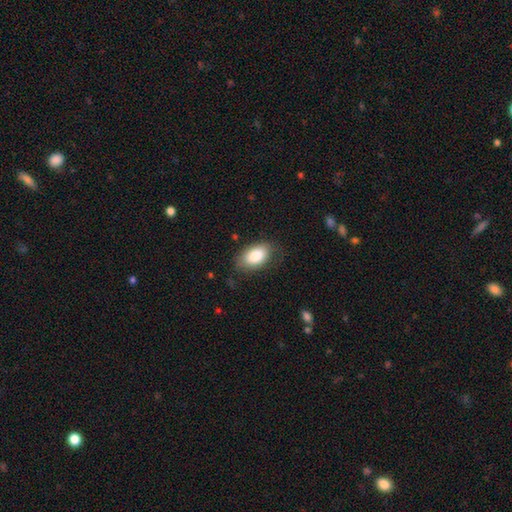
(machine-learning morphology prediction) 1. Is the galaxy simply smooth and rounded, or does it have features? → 84% smooth, 9% featured or disk, 6% star or artifact.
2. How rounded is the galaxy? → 93% in between, 5% round, 2% cigar-shaped.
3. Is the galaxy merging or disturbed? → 73% none, 19% minor disturbance, 7% major disturbance, 1% merger.